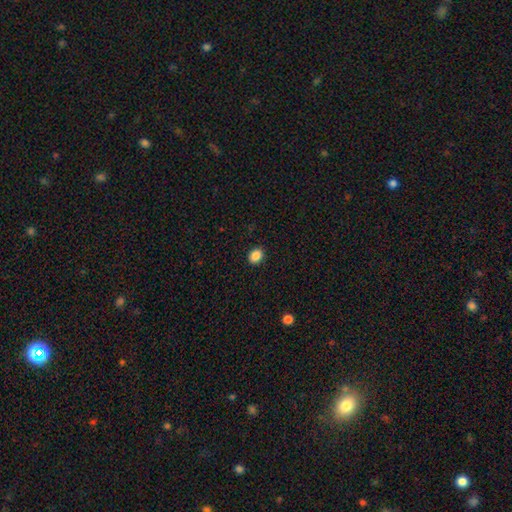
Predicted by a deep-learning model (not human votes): Smooth or featured?
  - smooth: 87% *
  - star or artifact: 9%
  - featured or disk: 3%
How rounded?
  - in between: 53% *
  - round: 47%
  - cigar-shaped: 1%
Merging?
  - none: 91% *
  - minor disturbance: 6%
  - major disturbance: 2%
  - merger: 1%